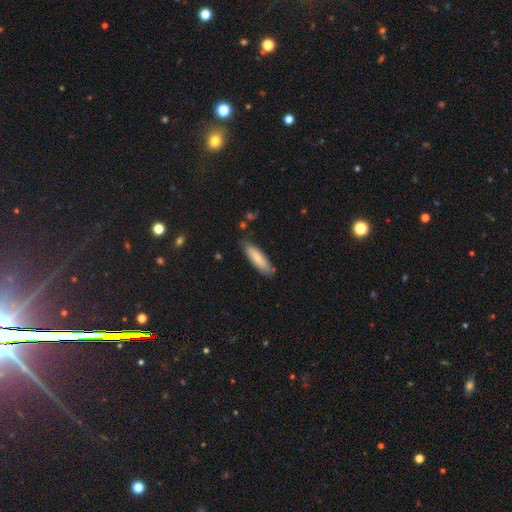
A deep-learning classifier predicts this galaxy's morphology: This is likely a smooth galaxy (78%). How rounded: likely cigar-shaped (70%). Merging: clearly none (82%).